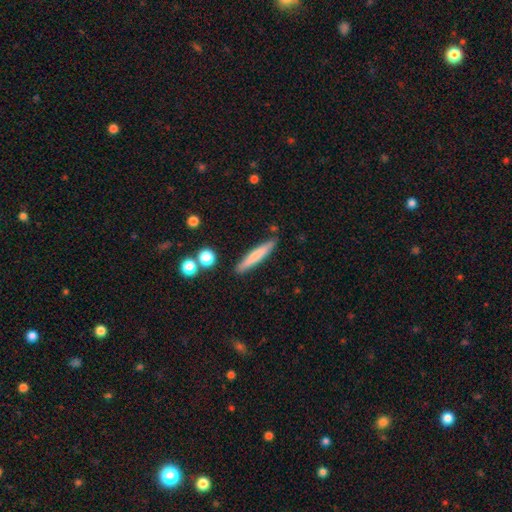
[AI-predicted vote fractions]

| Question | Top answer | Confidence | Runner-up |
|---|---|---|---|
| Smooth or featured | smooth | 69% | featured or disk (25%) |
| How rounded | cigar-shaped | 94% | in between (5%) |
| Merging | none | 86% | minor disturbance (9%) |